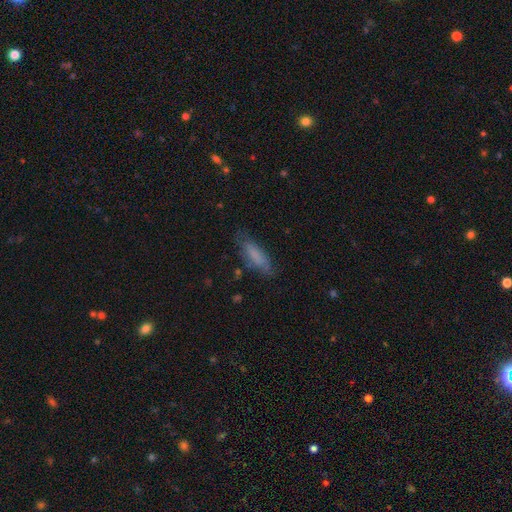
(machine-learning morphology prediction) smooth_or_featured: smooth (p=0.73) [alt: featured or disk p=0.19]
how_rounded: in between (p=0.49) [tied with: cigar-shaped p=0.49]
merging: none (p=0.70) [alt: minor disturbance p=0.21]